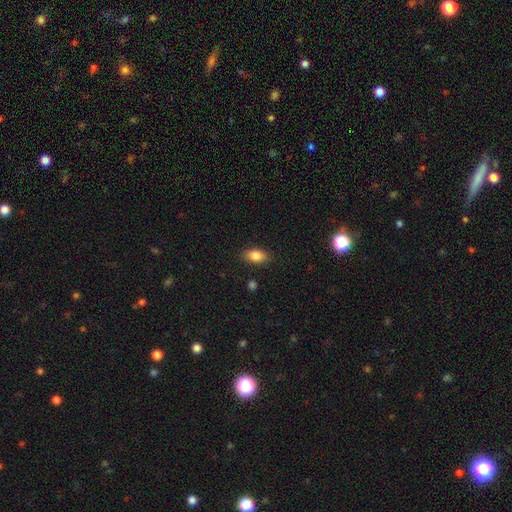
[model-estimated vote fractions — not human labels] This appears to be a smooth galaxy with no disk features (84%) that is in between round and cigar-shaped (86%). Merging: none (86%).